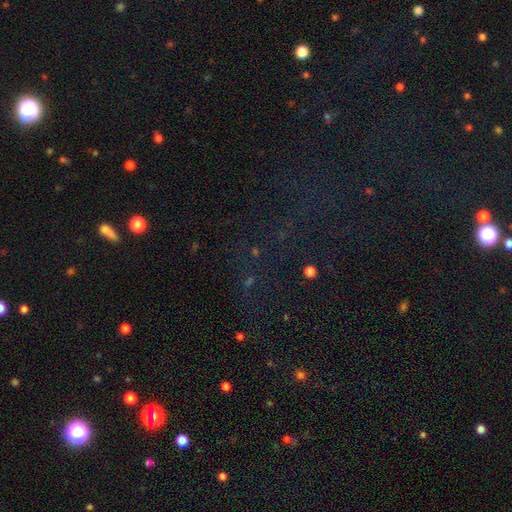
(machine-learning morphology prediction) smooth_or_featured: star or artifact (p=0.71) [alt: smooth p=0.18]